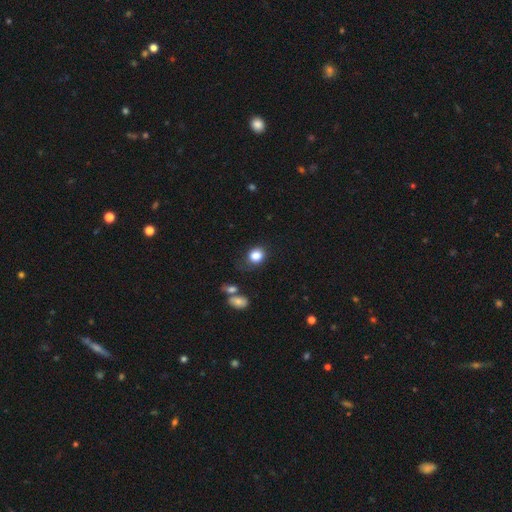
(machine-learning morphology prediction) Smooth or featured: smooth — 85% (star or artifact — 10%)
How rounded: round — 66% (in between — 33%)
Merging: none — 72% (minor disturbance — 18%)